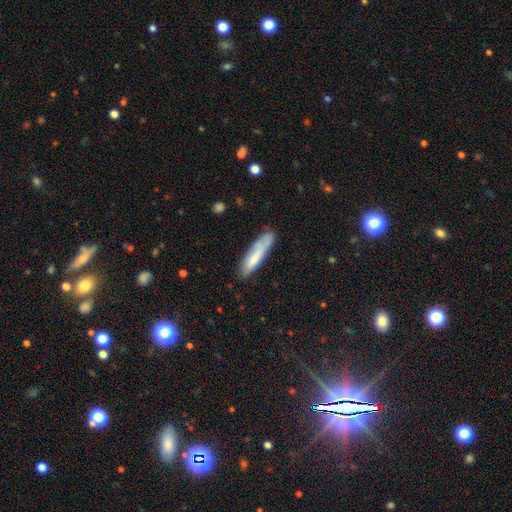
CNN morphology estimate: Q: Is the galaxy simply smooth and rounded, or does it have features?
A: smooth — 72%.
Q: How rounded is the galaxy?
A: cigar-shaped — 80%.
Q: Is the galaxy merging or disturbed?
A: none — 70%.